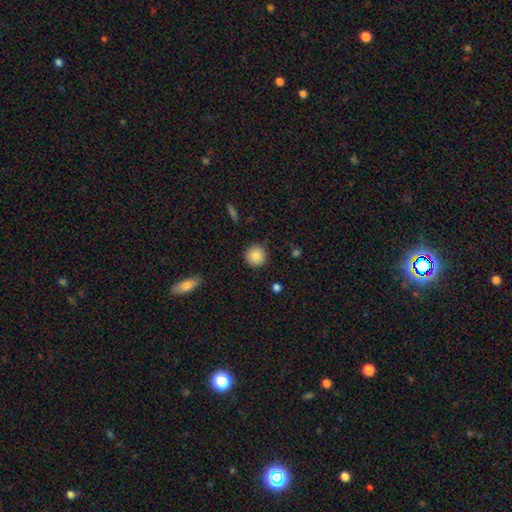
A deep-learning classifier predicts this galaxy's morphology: Smooth or featured: smooth — 87% (star or artifact — 8%)
How rounded: round — 93% (in between — 6%)
Merging: none — 88% (minor disturbance — 8%)